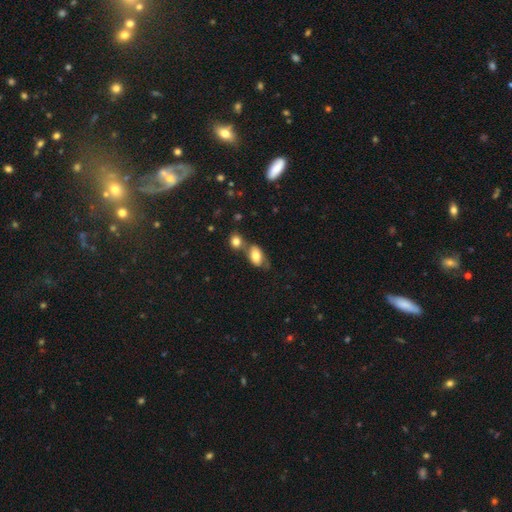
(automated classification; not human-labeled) Morphology: type=smooth (78%); roundness=in between (88%); merging=none (44%).